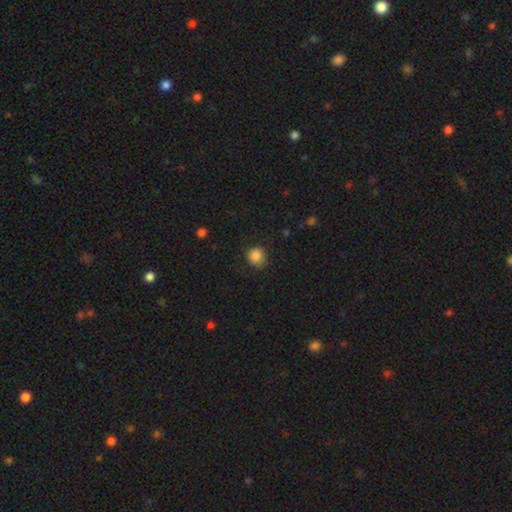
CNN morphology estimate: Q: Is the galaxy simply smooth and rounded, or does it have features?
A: smooth — 86%.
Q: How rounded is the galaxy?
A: round — 81%.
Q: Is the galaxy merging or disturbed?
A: none — 75%.